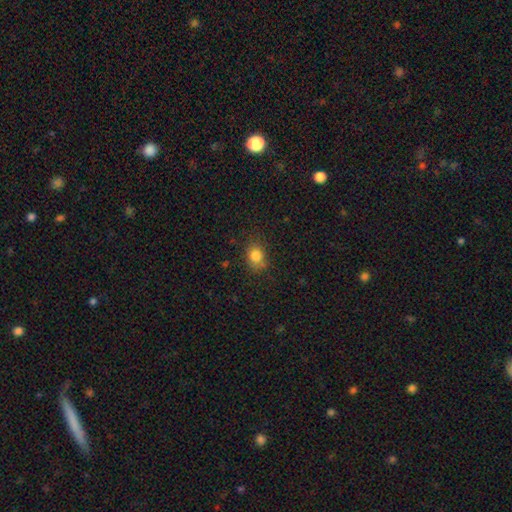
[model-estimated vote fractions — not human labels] Smooth or featured?
  - smooth: 83% *
  - star or artifact: 11%
  - featured or disk: 6%
How rounded?
  - round: 53% *
  - in between: 46%
  - cigar-shaped: 1%
Merging?
  - none: 75% *
  - minor disturbance: 18%
  - major disturbance: 5%
  - merger: 2%